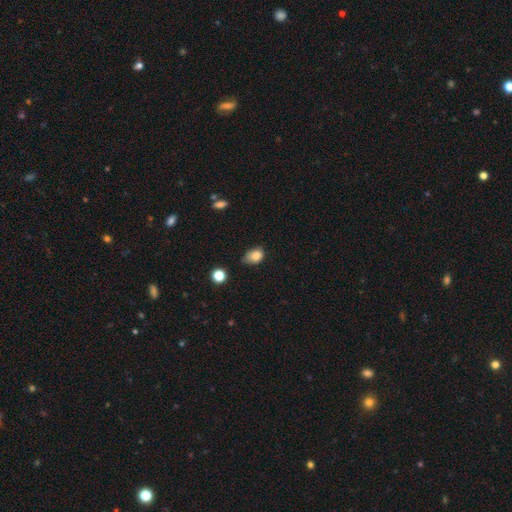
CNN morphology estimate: The model was most divided on "merging": none: 44%, minor disturbance: 43%, major disturbance: 10%, merger: 3%. More confident: smooth or featured — smooth (81%); how rounded — in between (74%).